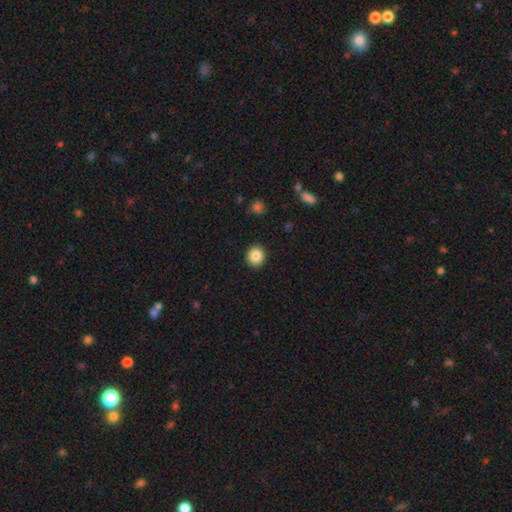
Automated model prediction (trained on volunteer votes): This is clearly a smooth galaxy (85%). How rounded: clearly round (87%). Merging: clearly none (92%).